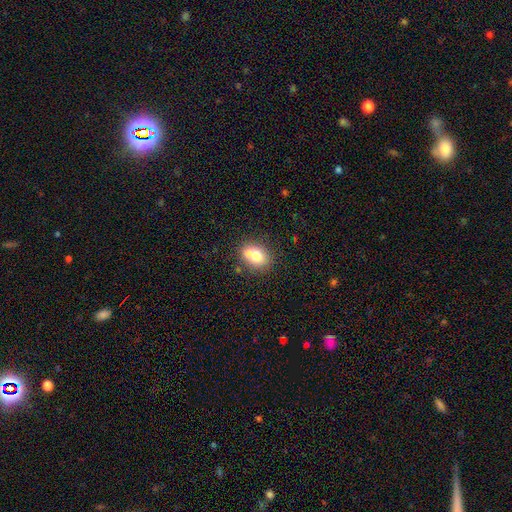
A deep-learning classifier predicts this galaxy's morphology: smooth_or_featured: smooth (p=0.69) [alt: featured or disk p=0.20]
how_rounded: round (p=0.51) [alt: in between p=0.48]
merging: merger (p=0.45) [alt: none p=0.41]